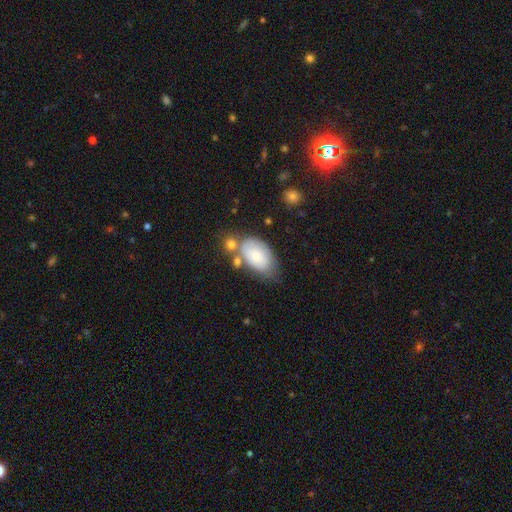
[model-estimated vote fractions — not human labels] smooth 69%, featured or disk 23%, star or artifact 7%. Down the decision tree: how rounded — in between (93%); merging — none (47%).